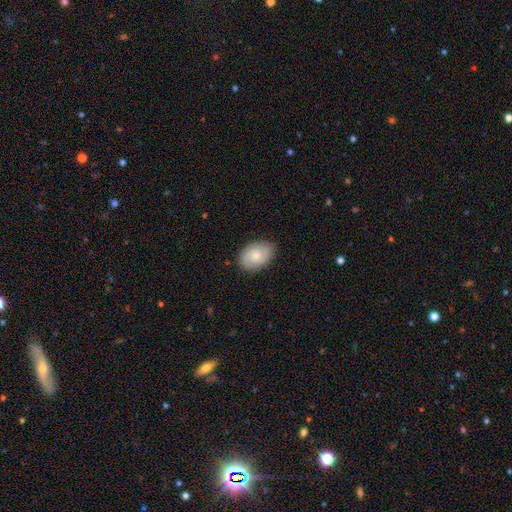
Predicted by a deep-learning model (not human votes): A smooth galaxy with no disk features (55%) that is in between round and cigar-shaped (81%). Merging: none (83%).